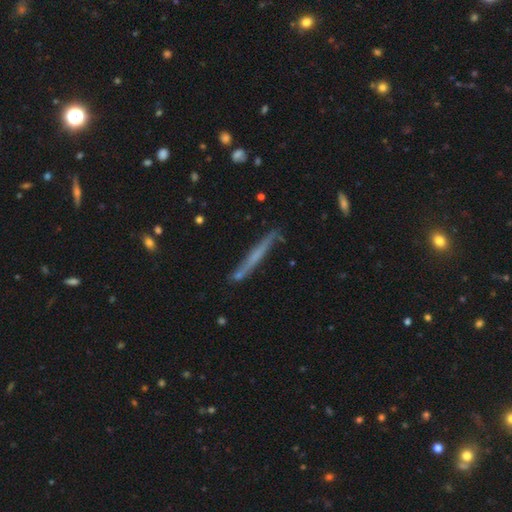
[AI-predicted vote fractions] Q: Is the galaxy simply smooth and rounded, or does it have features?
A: featured or disk — 51%.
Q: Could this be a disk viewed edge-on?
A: yes — 92%.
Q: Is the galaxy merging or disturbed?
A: none — 77%.